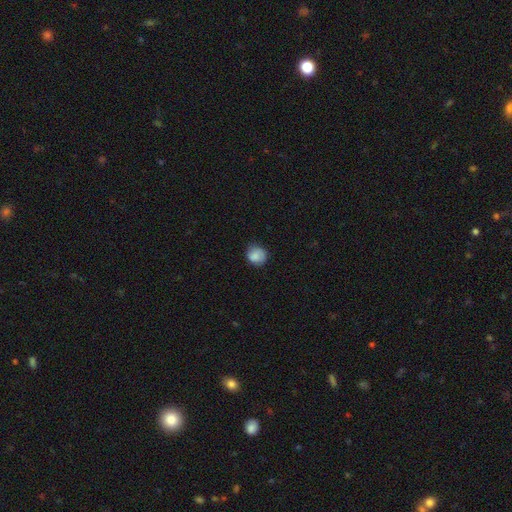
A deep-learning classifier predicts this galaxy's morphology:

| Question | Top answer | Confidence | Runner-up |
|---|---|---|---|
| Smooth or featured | smooth | 80% | featured or disk (11%) |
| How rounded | round | 81% | in between (18%) |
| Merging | none | 74% | minor disturbance (21%) |